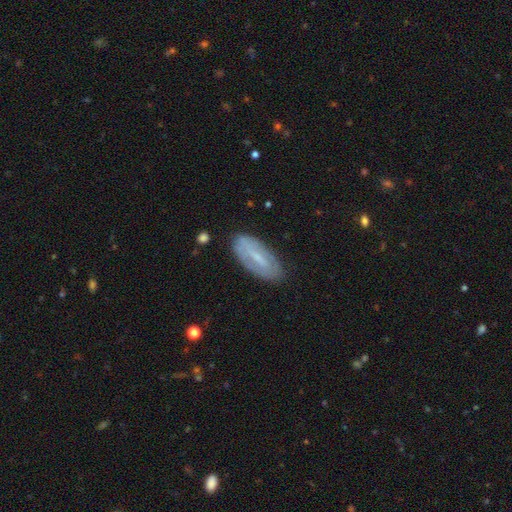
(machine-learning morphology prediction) This appears to be a featured or disk galaxy (53%). Merging: none (81%).